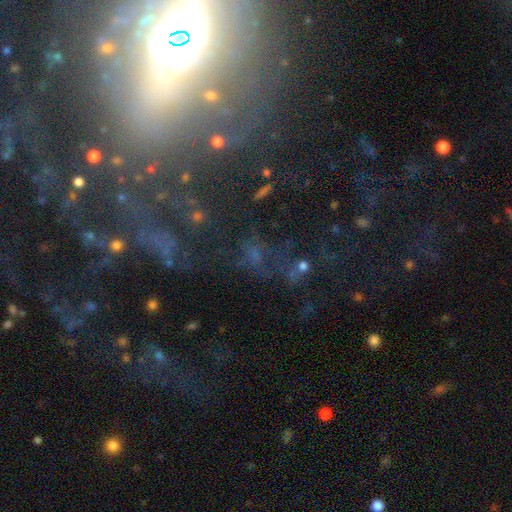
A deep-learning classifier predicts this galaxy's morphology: Overall: star or artifact (49%; featured or disk 26%).